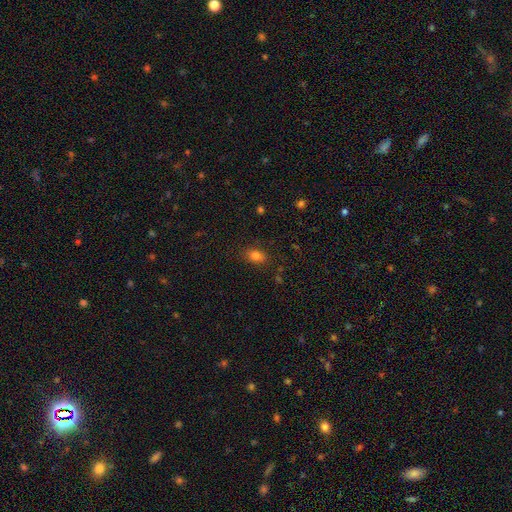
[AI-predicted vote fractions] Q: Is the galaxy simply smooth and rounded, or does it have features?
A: smooth — 81%.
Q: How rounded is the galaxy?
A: in between — 79%.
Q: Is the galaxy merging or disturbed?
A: none — 84%.